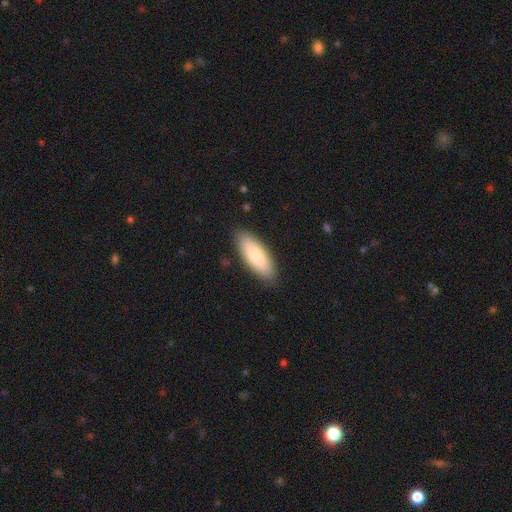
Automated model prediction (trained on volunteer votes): smooth_or_featured: smooth (p=0.78) [alt: featured or disk p=0.17]
how_rounded: in between (p=0.76) [alt: cigar-shaped p=0.22]
merging: none (p=0.87) [alt: minor disturbance p=0.10]